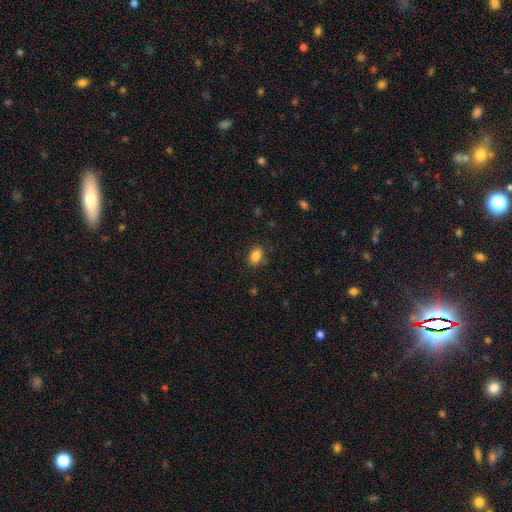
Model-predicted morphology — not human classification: Smooth or featured? smooth (86%)
How rounded? in between (83%)
Merging? none (83%)